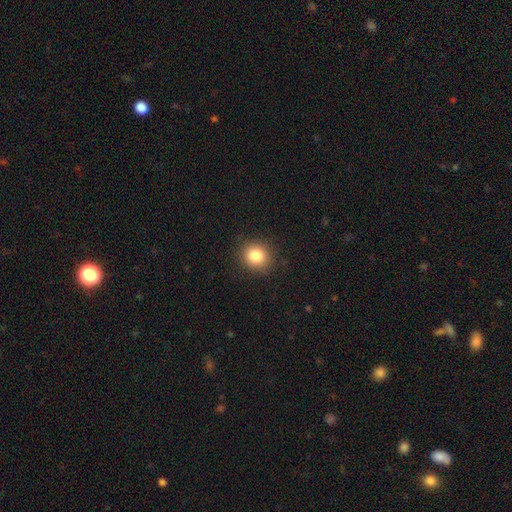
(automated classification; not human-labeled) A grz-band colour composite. It shows a smooth galaxy with no disk features (83%) that is round (83%). Merging: none (89%).